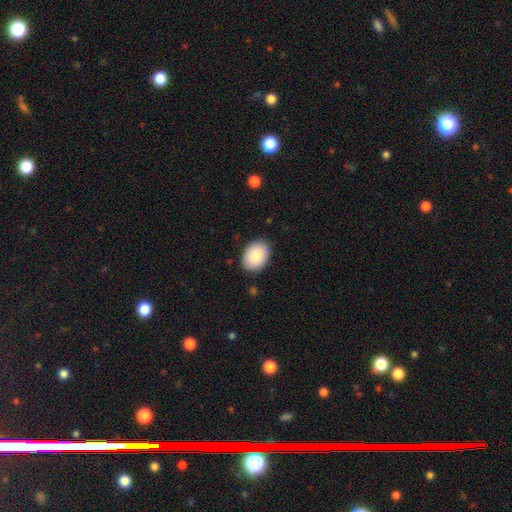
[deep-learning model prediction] Smooth or featured? smooth (88%)
How rounded? in between (75%)
Merging? none (86%)